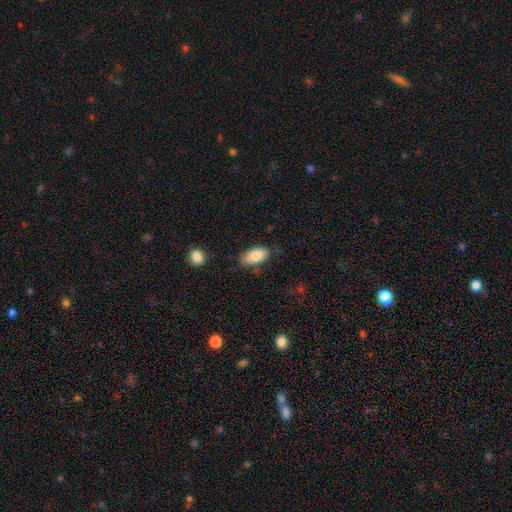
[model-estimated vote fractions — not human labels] Q: Smooth or featured?
A: smooth (84%); runner-up: featured or disk (9%)
Q: How rounded?
A: in between (93%); runner-up: cigar-shaped (4%)
Q: Merging?
A: none (70%); runner-up: minor disturbance (22%)